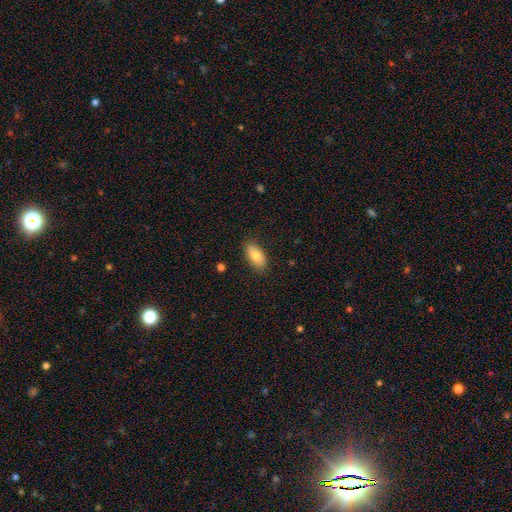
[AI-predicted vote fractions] Smooth or featured? Predicted: smooth (p=0.82). How rounded? Predicted: in between (p=0.92). Merging? Predicted: none (p=0.84).